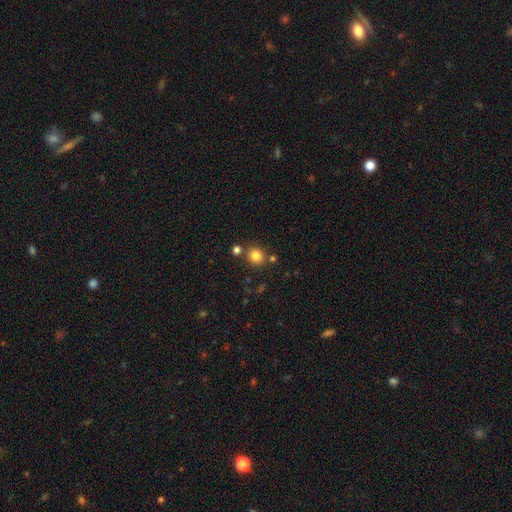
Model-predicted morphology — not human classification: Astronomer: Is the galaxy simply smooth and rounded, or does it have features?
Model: smooth — 82%.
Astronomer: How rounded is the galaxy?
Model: round — 91%.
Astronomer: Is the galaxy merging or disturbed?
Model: none — 80%.